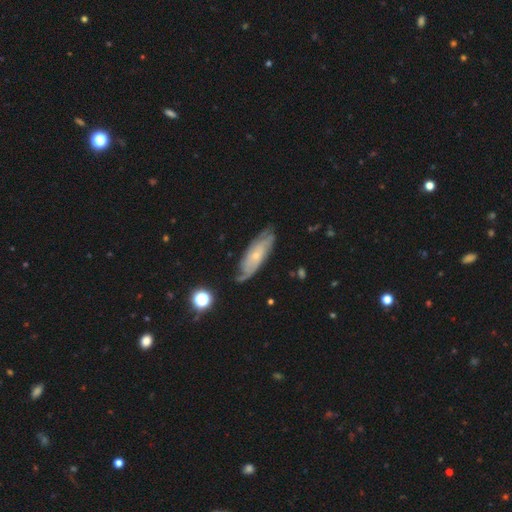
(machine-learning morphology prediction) Q: Smooth or featured?
A: featured or disk (69%); runner-up: smooth (25%)
Q: Edge-on disk?
A: no (82%); runner-up: yes (18%)
Q: Bar?
A: no (75%); runner-up: weak (20%)
Q: Spiral arms?
A: yes (87%); runner-up: no (13%)
Q: Bulge size?
A: small (76%); runner-up: moderate (20%)
Q: Merging?
A: none (71%); runner-up: minor disturbance (21%)